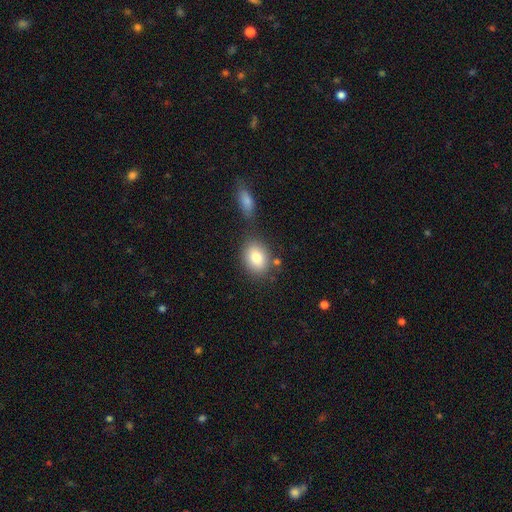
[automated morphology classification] This is clearly a smooth galaxy (82%). How rounded: likely in between (69%). Merging: likely none (71%).